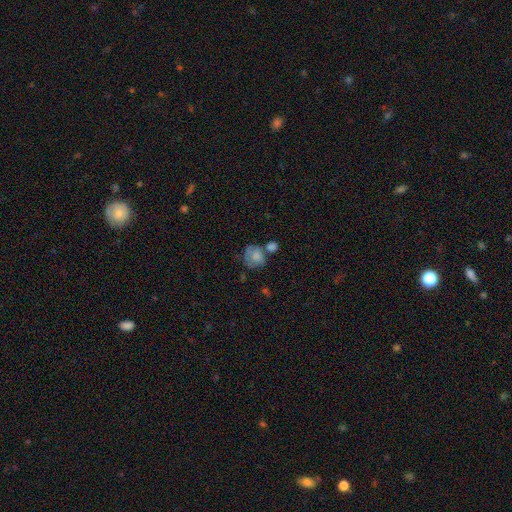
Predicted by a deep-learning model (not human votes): smooth_or_featured: smooth (p=0.70) [alt: featured or disk p=0.21]
how_rounded: round (p=0.62) [alt: in between p=0.37]
merging: none (p=0.36) [alt: merger p=0.28]